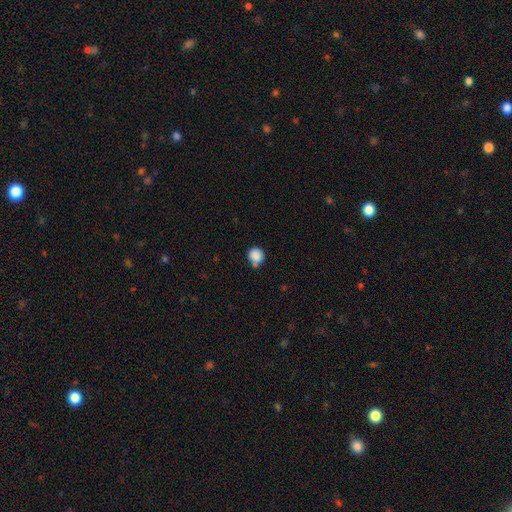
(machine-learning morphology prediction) smooth_or_featured: smooth (p=0.87) [alt: star or artifact p=0.09]
how_rounded: round (p=0.85) [alt: in between p=0.14]
merging: none (p=0.61) [alt: minor disturbance p=0.22]